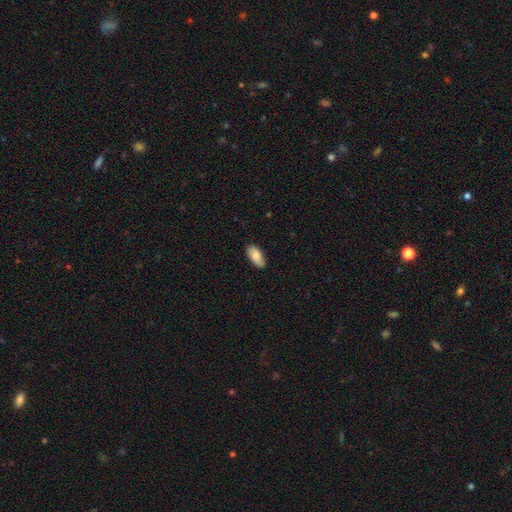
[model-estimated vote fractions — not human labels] Smooth or featured? Predicted: smooth (p=0.81). How rounded? Predicted: in between (p=0.90). Merging? Predicted: none (p=0.84).